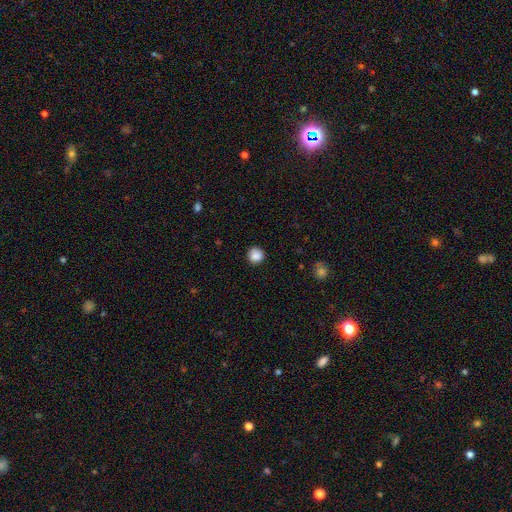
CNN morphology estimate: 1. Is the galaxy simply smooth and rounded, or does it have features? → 86% smooth, 9% star or artifact, 5% featured or disk.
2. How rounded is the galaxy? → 90% round, 9% in between, 1% cigar-shaped.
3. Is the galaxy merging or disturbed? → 84% none, 12% minor disturbance, 3% major disturbance, 1% merger.